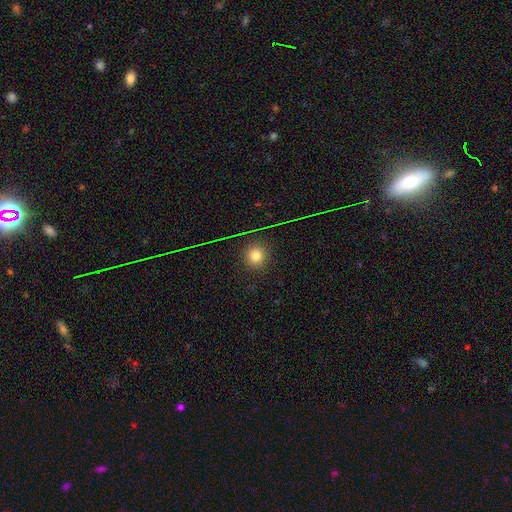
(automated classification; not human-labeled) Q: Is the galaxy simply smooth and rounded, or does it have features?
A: smooth — 75%.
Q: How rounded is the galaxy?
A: round — 89%.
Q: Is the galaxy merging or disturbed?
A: none — 89%.